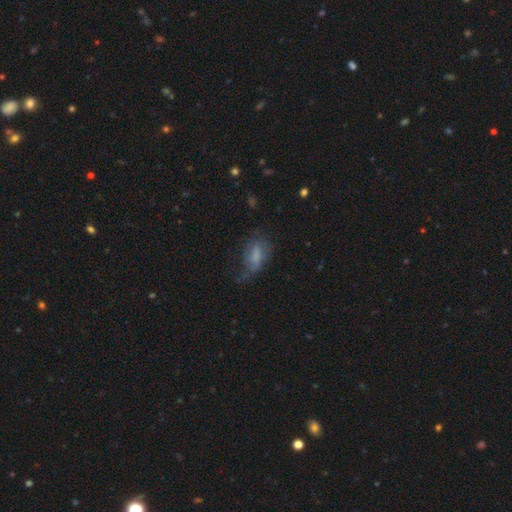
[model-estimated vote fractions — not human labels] The model was most divided on "merging": none: 42%, minor disturbance: 31%, major disturbance: 25%, merger: 2%. More confident: how rounded — in between (86%); smooth or featured — smooth (66%).